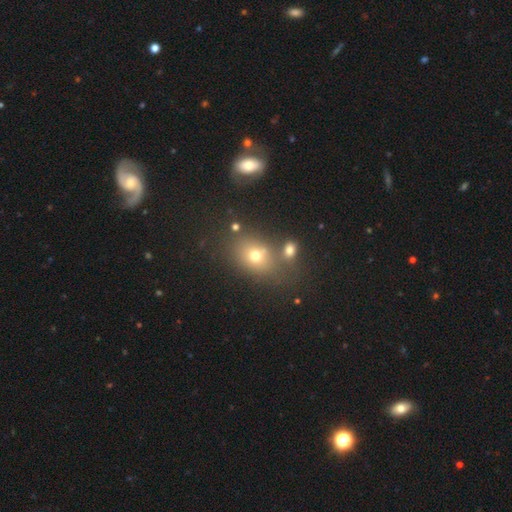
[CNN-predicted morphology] smooth 67%, star or artifact 17%, featured or disk 16%. Down the decision tree: how rounded — in between (58%); merging — none (63%).